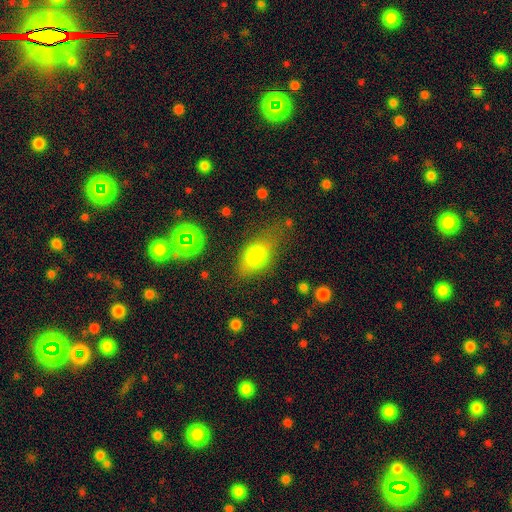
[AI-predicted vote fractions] Smooth or featured: smooth — 73% (featured or disk — 15%)
How rounded: in between — 77% (round — 18%)
Merging: none — 63% (minor disturbance — 22%)